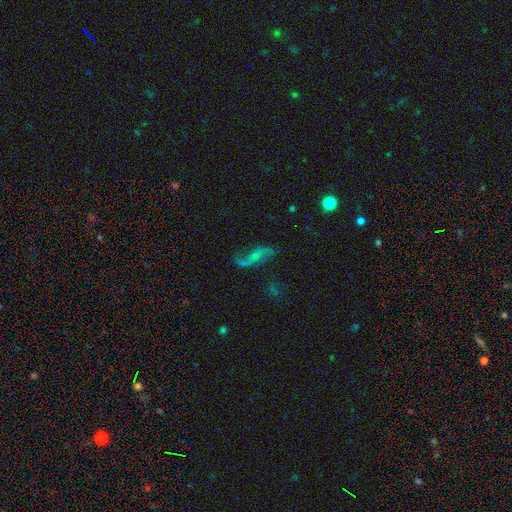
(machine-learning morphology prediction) smooth_or_featured: featured or disk (p=0.76) [alt: smooth p=0.14]
disk_edge_on: no (p=0.93) [alt: yes p=0.07]
bar: no (p=0.49) [alt: weak p=0.34]
has_spiral_arms: yes (p=0.89) [alt: no p=0.11]
spiral_winding: loose (p=0.91) [alt: medium p=0.07]
spiral_arm_count: 2 (p=0.89) [alt: 1 p=0.06]
bulge_size: none (p=0.54) [alt: small p=0.32]
merging: none (p=0.61) [alt: minor disturbance p=0.18]